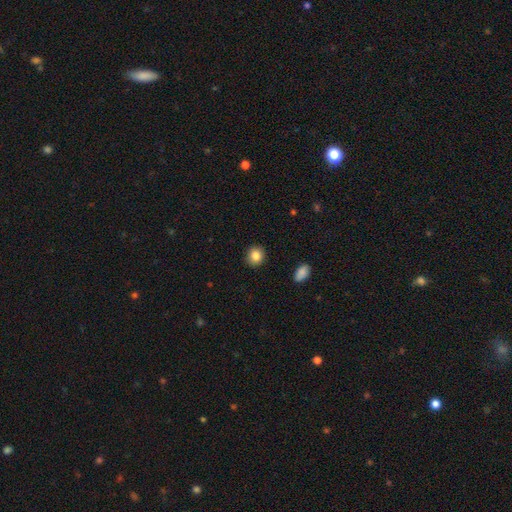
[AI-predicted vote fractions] Overall: smooth (84%). How rounded: round (81%). Merging: none (91%).